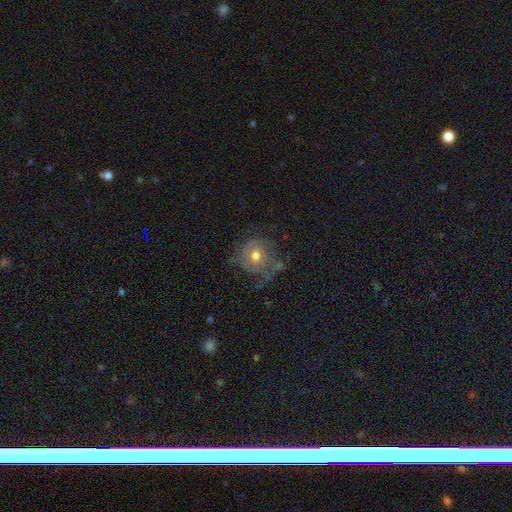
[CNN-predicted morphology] Q: Smooth or featured?
A: featured or disk (59%); runner-up: smooth (33%)
Q: Edge-on disk?
A: no (96%); runner-up: yes (4%)
Q: Bar?
A: no (70%); runner-up: weak (25%)
Q: Spiral arms?
A: yes (69%); runner-up: no (31%)
Q: Bulge size?
A: moderate (75%); runner-up: large (13%)
Q: Merging?
A: none (45%); runner-up: major disturbance (26%)